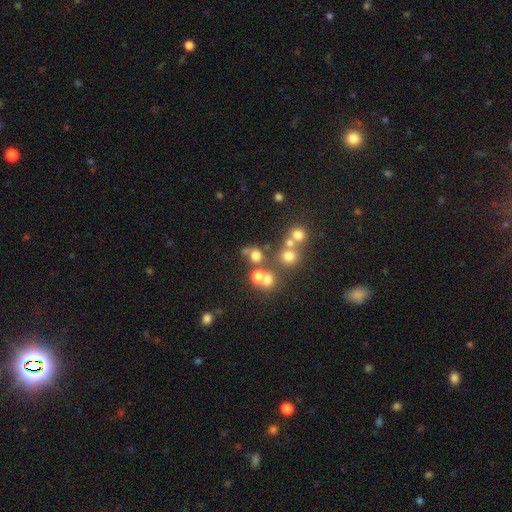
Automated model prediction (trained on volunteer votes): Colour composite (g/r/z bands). It shows a smooth galaxy with no disk features (66%) that is round (82%). Merging: none (59%).